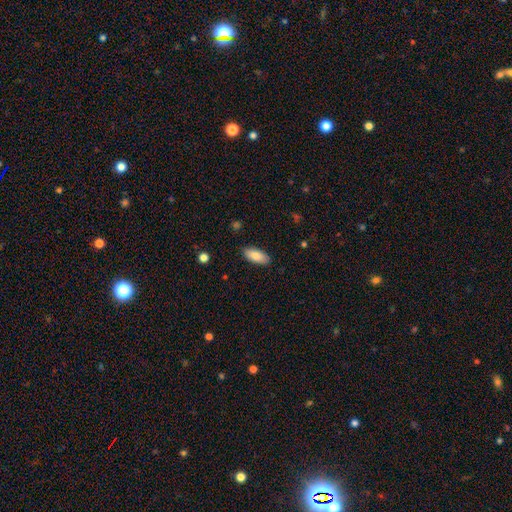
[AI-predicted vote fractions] A smooth galaxy with no disk features (83%) that is in between round and cigar-shaped (87%).

Vote fractions:
- Smooth or featured? smooth: 83% / featured or disk: 10% / star or artifact: 6%
- How rounded? in between: 87% / cigar-shaped: 11% / round: 2%
- Merging? none: 88% / minor disturbance: 9% / major disturbance: 2% / merger: 1%